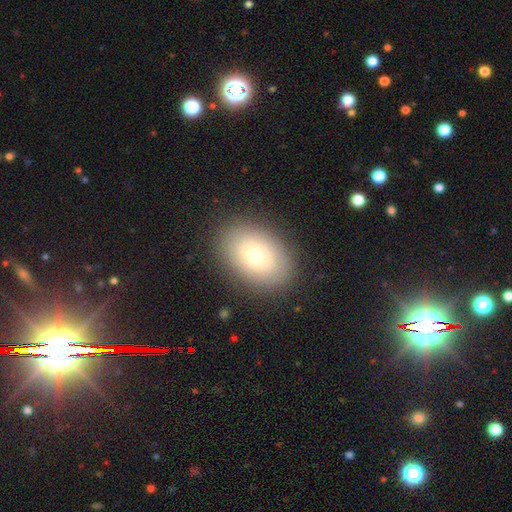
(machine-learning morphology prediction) Smooth or featured: smooth — 70% (featured or disk — 19%)
How rounded: in between — 74% (round — 25%)
Merging: none — 86% (minor disturbance — 9%)